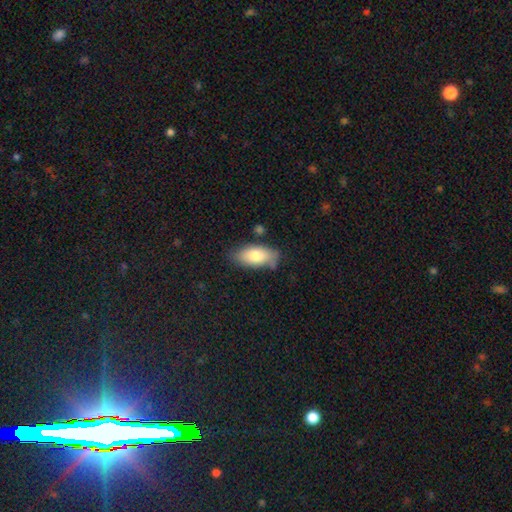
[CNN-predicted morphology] The model was most divided on "merging": none: 71%, minor disturbance: 20%, merger: 5%, major disturbance: 4%. More confident: how rounded — in between (91%); smooth or featured — smooth (77%).